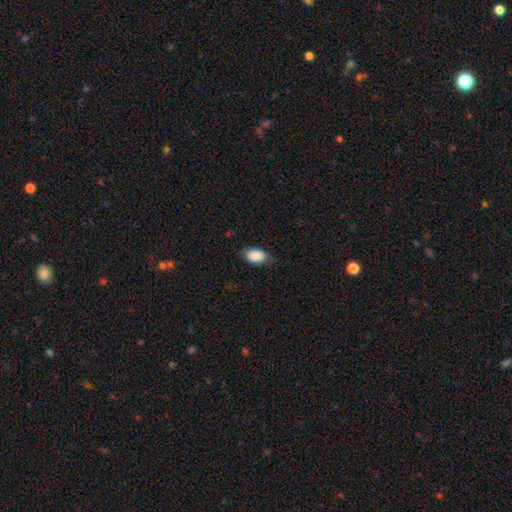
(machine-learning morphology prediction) smooth-or-featured: smooth: 88% | star or artifact: 6% | featured or disk: 5%
  how-rounded: in between: 92% | round: 6% | cigar-shaped: 2%
  merging: none: 75% | minor disturbance: 19% | major disturbance: 4% | merger: 1%